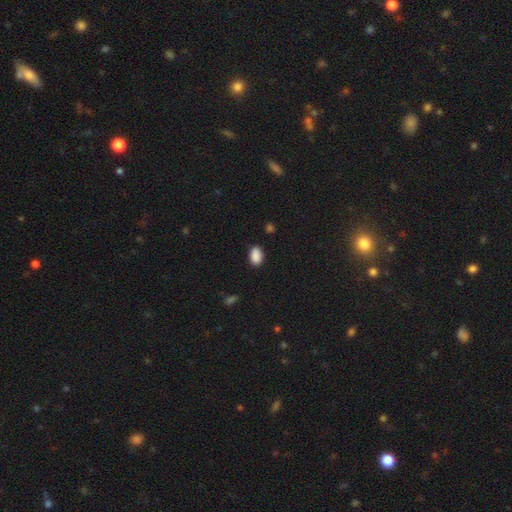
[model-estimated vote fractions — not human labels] Morphology: type=smooth (89%); roundness=in between (90%); merging=none (84%).